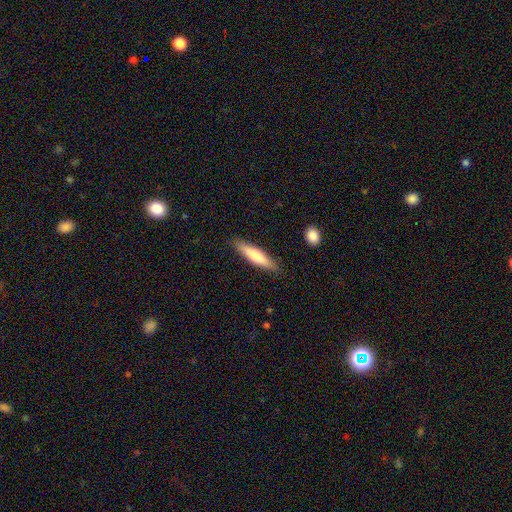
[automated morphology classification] smooth_or_featured: smooth (p=0.66) [alt: featured or disk p=0.28]
how_rounded: cigar-shaped (p=0.83) [alt: in between p=0.16]
merging: none (p=0.87) [alt: minor disturbance p=0.09]